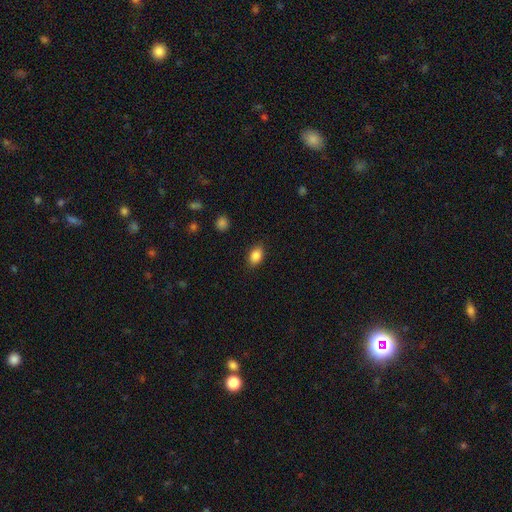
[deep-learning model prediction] Morphology: type=smooth (86%); roundness=in between (84%); merging=none (87%).